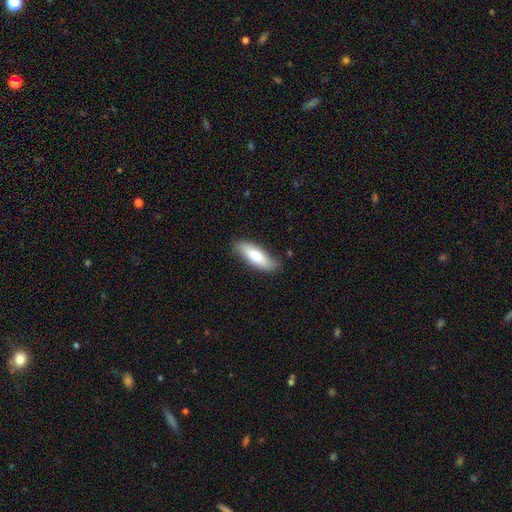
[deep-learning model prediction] smooth_or_featured: smooth (p=0.77) [alt: featured or disk p=0.18]
how_rounded: in between (p=0.60) [alt: cigar-shaped p=0.38]
merging: none (p=0.80) [alt: minor disturbance p=0.16]